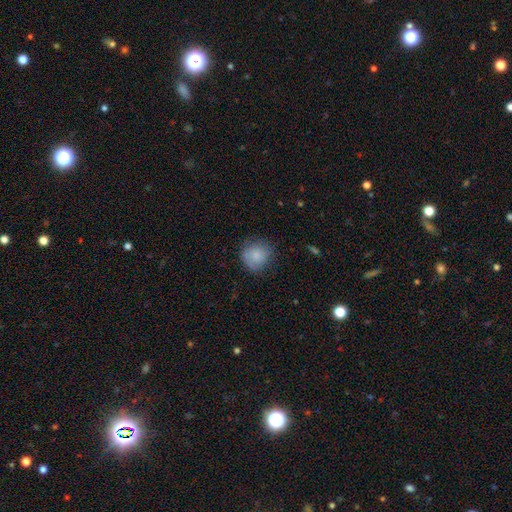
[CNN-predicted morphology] Smooth or featured? Predicted: smooth (p=0.80). How rounded? Predicted: round (p=0.87). Merging? Predicted: none (p=0.72).